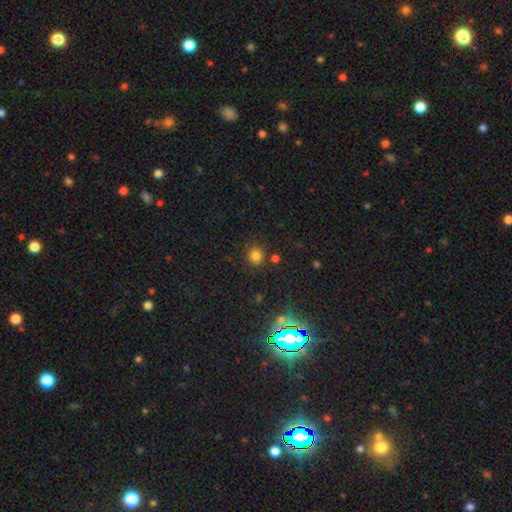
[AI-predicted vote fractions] Q: Smooth or featured?
A: smooth (77%); runner-up: star or artifact (18%)
Q: How rounded?
A: round (79%); runner-up: in between (20%)
Q: Merging?
A: none (82%); runner-up: minor disturbance (9%)